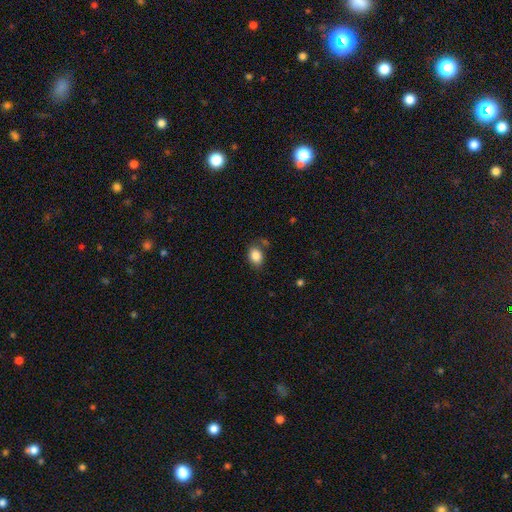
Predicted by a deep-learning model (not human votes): smooth 85%, star or artifact 9%, featured or disk 6%. Down the decision tree: how rounded — in between (71%); merging — none (74%).